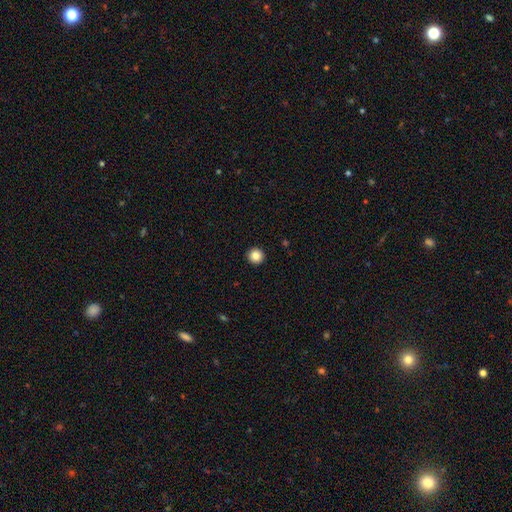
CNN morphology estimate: type=smooth (85%); roundness=round (96%); merging=none (94%).